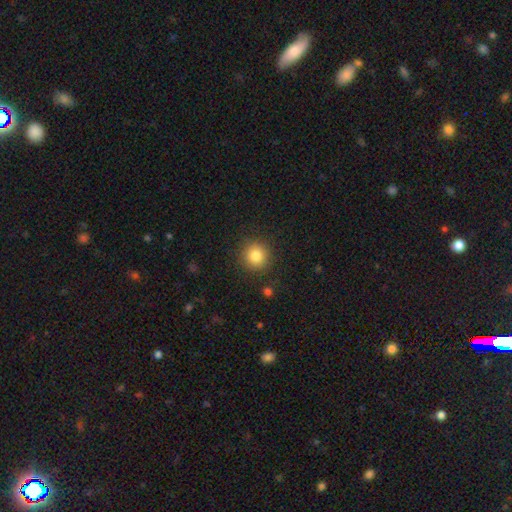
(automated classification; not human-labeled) A smooth galaxy with no disk features (84%) that is round (93%).

Vote fractions:
- Smooth or featured? smooth: 84% / star or artifact: 10% / featured or disk: 6%
- How rounded? round: 93% / in between: 6% / cigar-shaped: 1%
- Merging? none: 89% / minor disturbance: 7% / major disturbance: 3% / merger: 2%